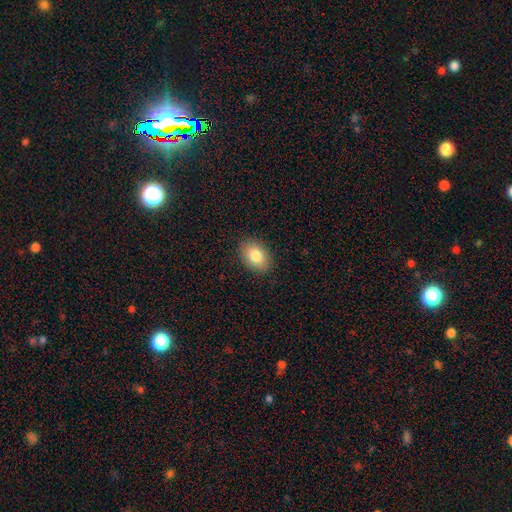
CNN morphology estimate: smooth 83%, featured or disk 9%, star or artifact 8%. Down the decision tree: how rounded — in between (78%); merging — none (89%).